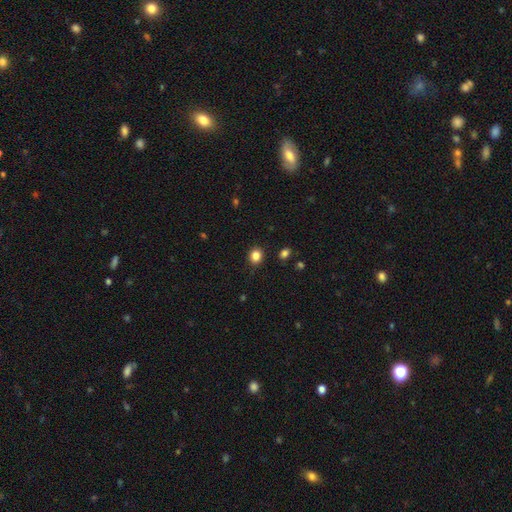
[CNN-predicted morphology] This is clearly a smooth galaxy (84%). How rounded: likely round (72%). Merging: clearly none (87%).